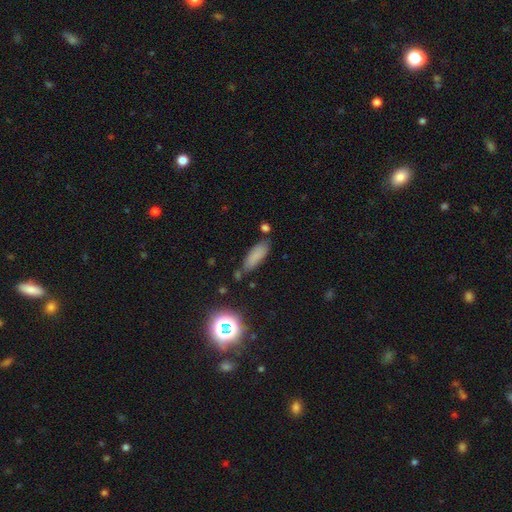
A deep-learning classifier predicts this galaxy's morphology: smooth 79%, star or artifact 12%, featured or disk 8%. Down the decision tree: how rounded — in between (59%); merging — none (73%).